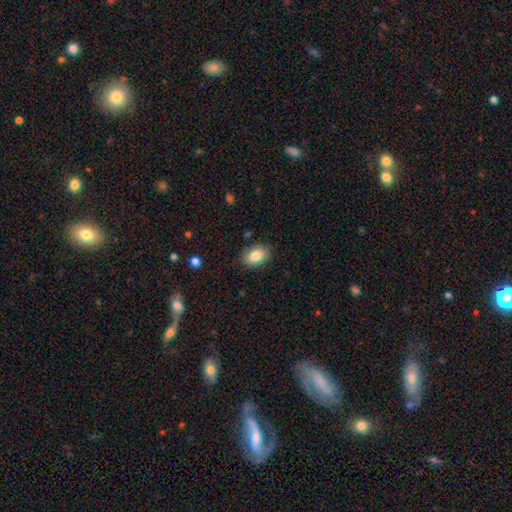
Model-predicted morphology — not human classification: Overall: smooth (83%). How rounded: in between (85%). Merging: none (85%).